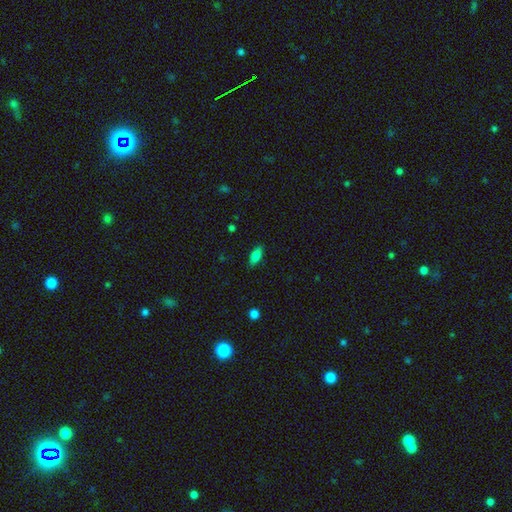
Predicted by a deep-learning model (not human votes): smooth-or-featured: smooth: 81% | featured or disk: 10% | star or artifact: 8%
  how-rounded: in between: 82% | cigar-shaped: 15% | round: 3%
  merging: none: 86% | minor disturbance: 10% | major disturbance: 2% | merger: 1%